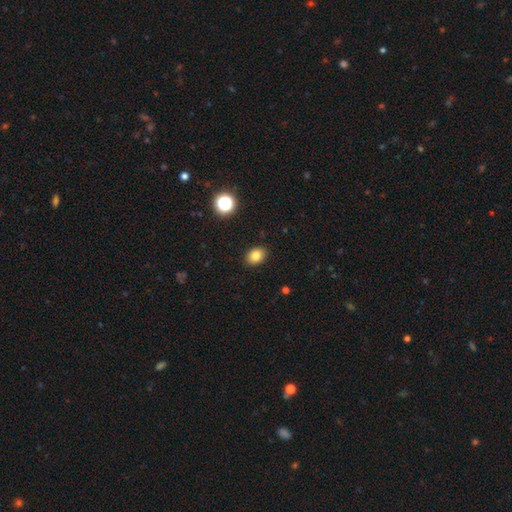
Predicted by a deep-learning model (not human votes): The model was most divided on "how rounded": in between: 64%, round: 35%, cigar-shaped: 1%. More confident: merging — none (90%); smooth or featured — smooth (83%).